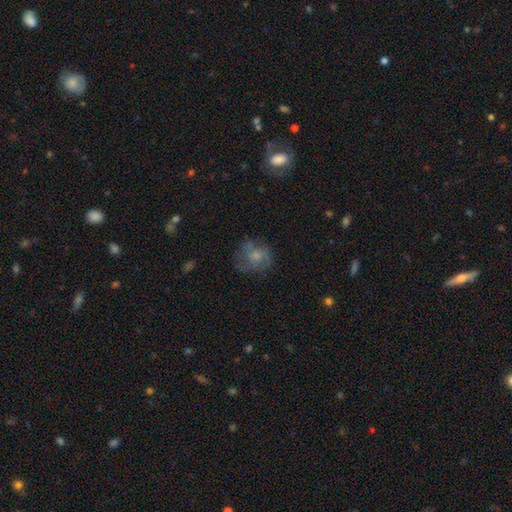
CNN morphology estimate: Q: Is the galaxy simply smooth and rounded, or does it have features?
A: smooth — 51%.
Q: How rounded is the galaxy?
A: round — 72%.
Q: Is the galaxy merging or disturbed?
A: none — 60%.